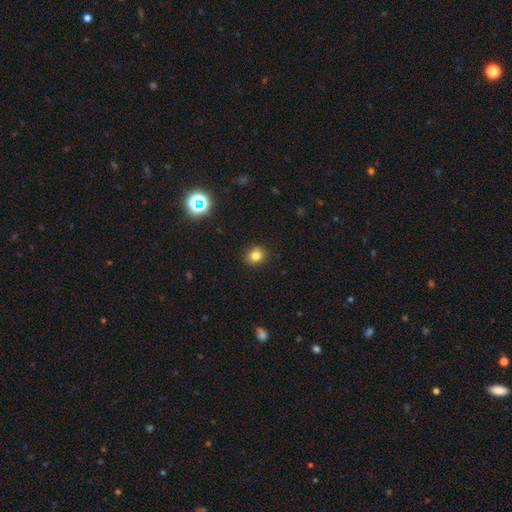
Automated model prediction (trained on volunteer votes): The model was most divided on "how rounded": round: 76%, in between: 23%, cigar-shaped: 1%. More confident: merging — none (90%); smooth or featured — smooth (80%).